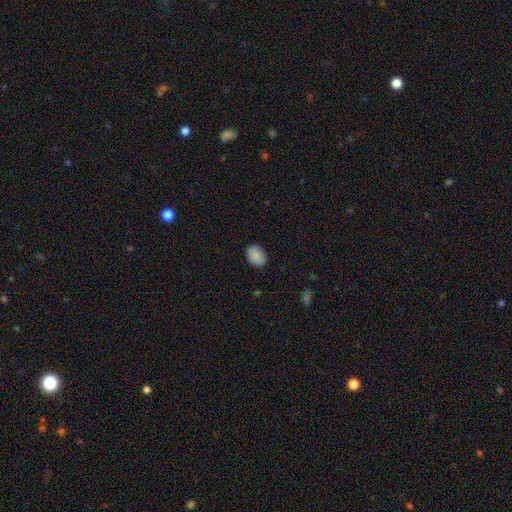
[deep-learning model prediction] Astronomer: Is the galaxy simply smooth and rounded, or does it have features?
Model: smooth — 89%.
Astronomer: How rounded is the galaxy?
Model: in between — 84%.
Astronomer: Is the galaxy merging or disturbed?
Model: none — 86%.